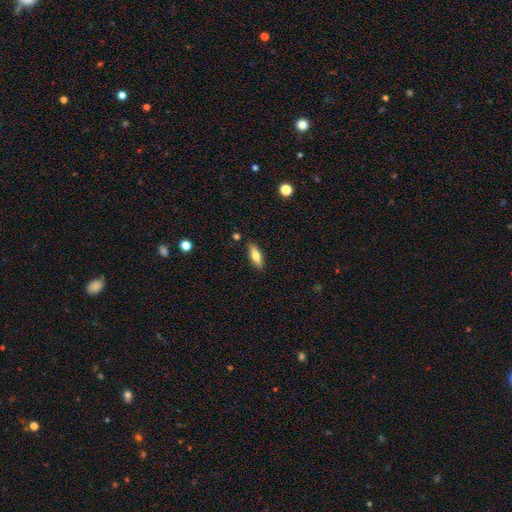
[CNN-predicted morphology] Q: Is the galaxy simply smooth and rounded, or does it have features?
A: smooth — 66%.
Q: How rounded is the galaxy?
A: in between — 59%.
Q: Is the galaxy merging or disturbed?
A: none — 87%.